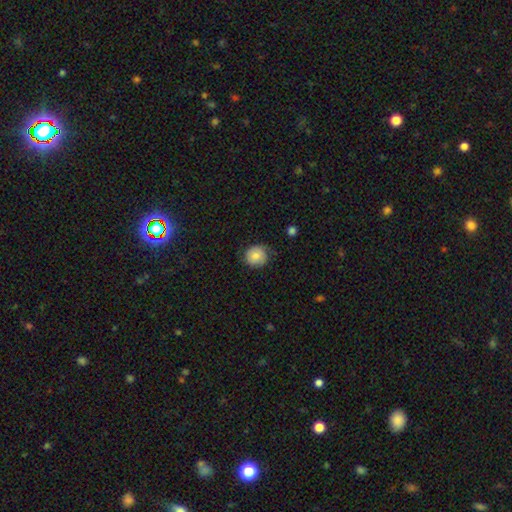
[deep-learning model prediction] This is likely a smooth galaxy (78%). How rounded: clearly round (88%). Merging: likely none (71%).